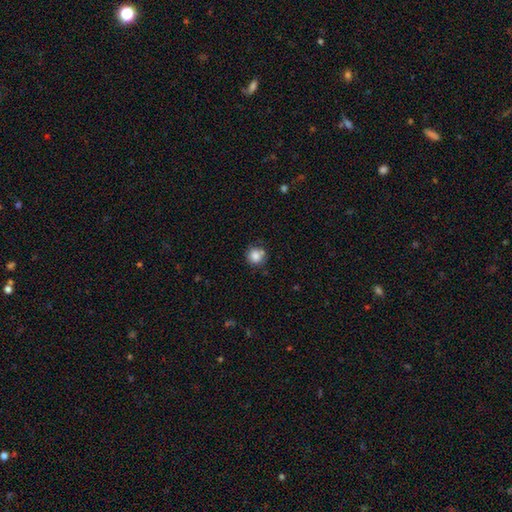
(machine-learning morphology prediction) This appears to be a smooth galaxy with no disk features (83%) that is round (90%). Merging: none (72%).